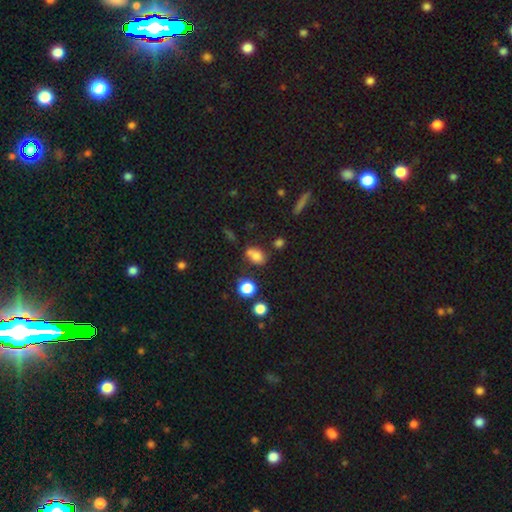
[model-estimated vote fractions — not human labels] Morphology: type=smooth (74%); roundness=in between (57%); merging=none (52%).